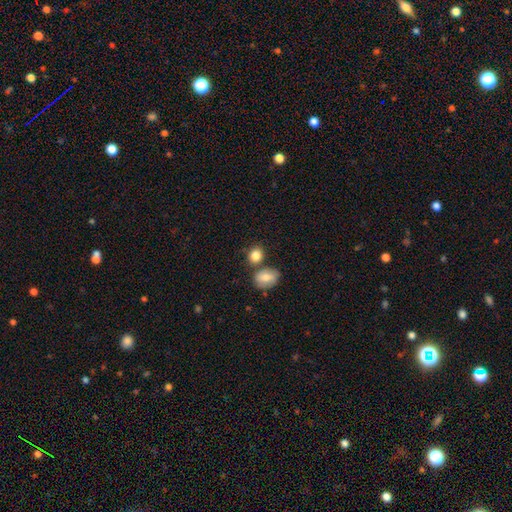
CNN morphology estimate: This is clearly a smooth galaxy (84%). How rounded: likely round (62%). Merging: likely none (61%).